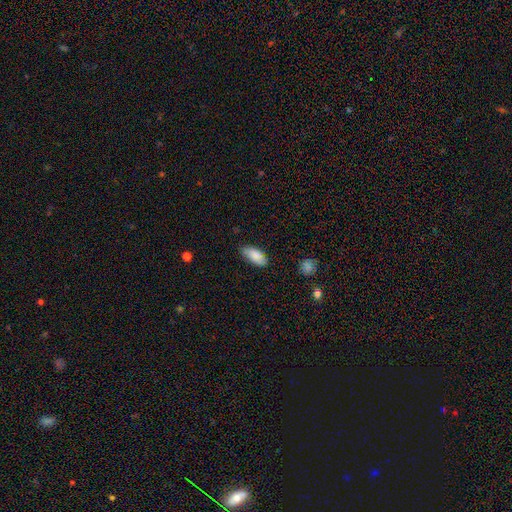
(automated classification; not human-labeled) A smooth galaxy with no disk features (86%) that is in between round and cigar-shaped (89%).

Vote fractions:
- Smooth or featured? smooth: 86% / featured or disk: 8% / star or artifact: 6%
- How rounded? in between: 89% / cigar-shaped: 9% / round: 2%
- Merging? none: 78% / minor disturbance: 18% / major disturbance: 3% / merger: 1%